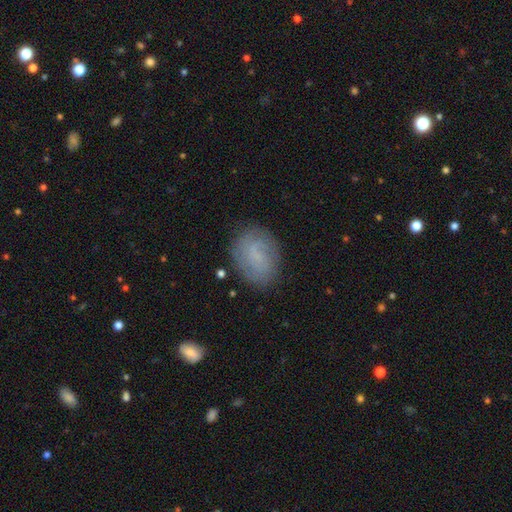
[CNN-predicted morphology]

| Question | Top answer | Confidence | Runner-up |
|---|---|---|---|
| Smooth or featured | smooth | 48% | featured or disk (42%) |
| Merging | none | 78% | minor disturbance (15%) |